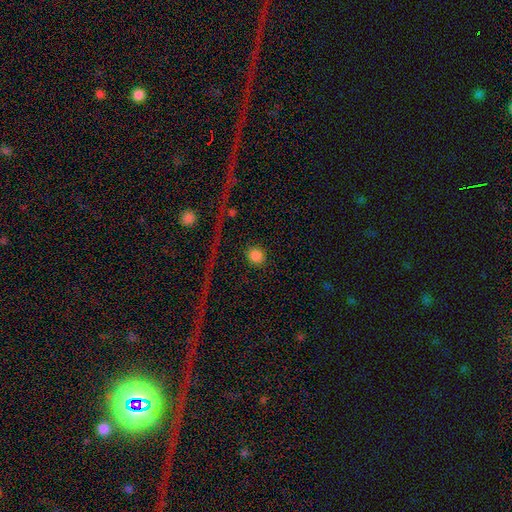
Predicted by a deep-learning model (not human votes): A smooth galaxy with no disk features (84%) that is round (88%). Merging: none (89%).